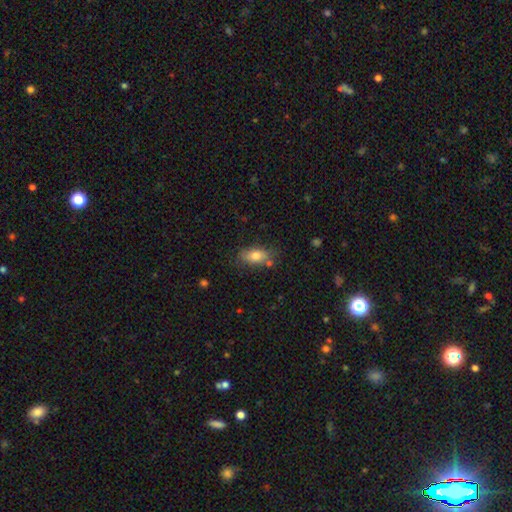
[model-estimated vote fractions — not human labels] A smooth galaxy with no disk features (78%) that is in between round and cigar-shaped (84%). Merging: none (68%).